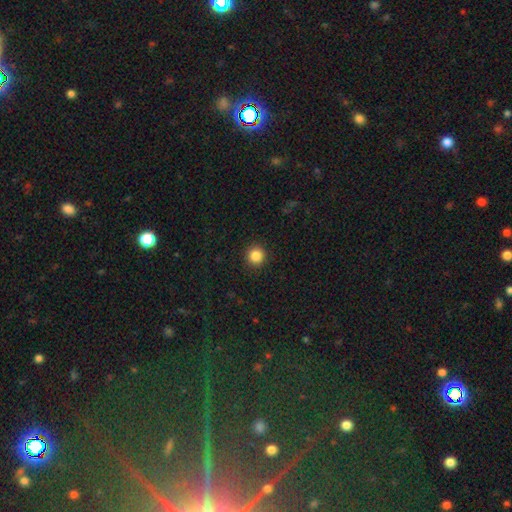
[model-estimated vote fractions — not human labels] smooth 85%, star or artifact 11%, featured or disk 4%. Down the decision tree: how rounded — round (94%); merging — none (92%).